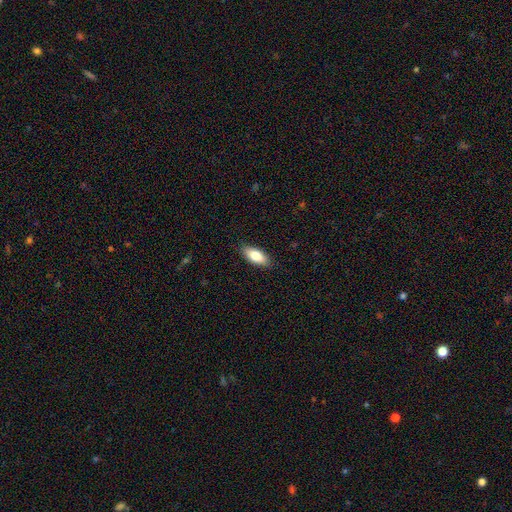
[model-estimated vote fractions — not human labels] A smooth galaxy with no disk features (83%) that is in between round and cigar-shaped (86%). Merging: none (87%).